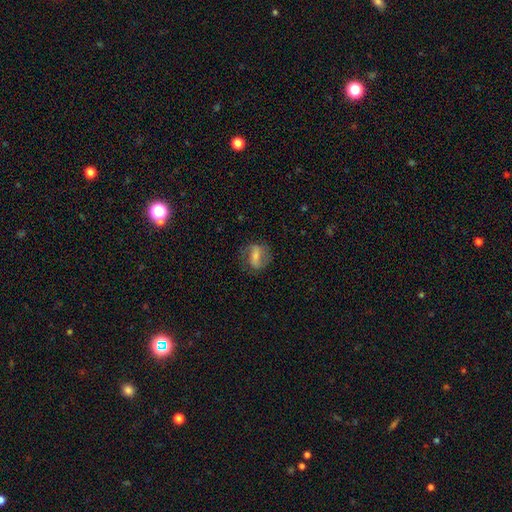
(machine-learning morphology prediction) featured or disk 57%, smooth 35%, star or artifact 8%. Down the decision tree: edge-on disk — no (95%); bar — strong (44%); spiral arms — yes (82%); bulge size — moderate (38%); merging — none (71%).